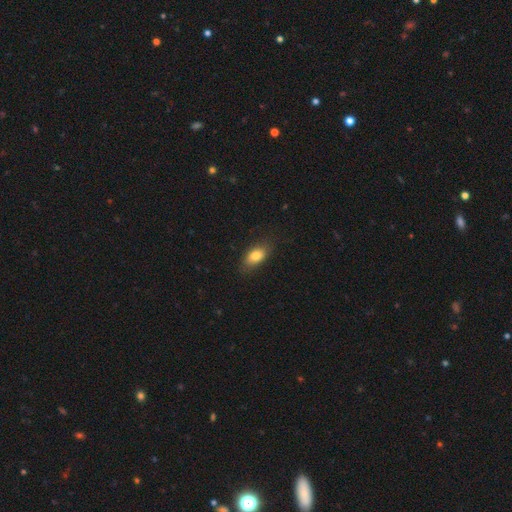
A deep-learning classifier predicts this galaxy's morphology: smooth-or-featured: smooth: 82% | featured or disk: 11% | star or artifact: 8%
  how-rounded: in between: 87% | round: 8% | cigar-shaped: 5%
  merging: none: 79% | minor disturbance: 16% | major disturbance: 4% | merger: 1%